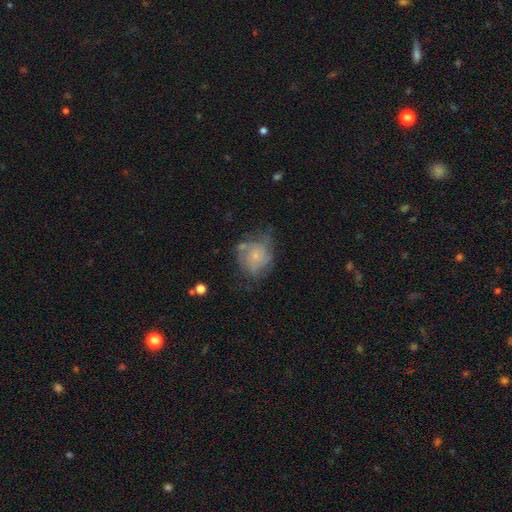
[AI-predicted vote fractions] A featured or disk galaxy (59%) with no bar (83%), spiral arms (75%) and a small central bulge (76%).

Vote fractions:
- Smooth or featured? featured or disk: 59% / smooth: 32% / star or artifact: 9%
- Edge-on disk? no: 98% / yes: 2%
- Bar? no: 83% / weak: 15% / strong: 2%
- Spiral arms? yes: 75% / no: 25%
- Bulge size? small: 76% / moderate: 15% / none: 7% / large: 1% / dominant: 1%
- Merging? none: 47% / minor disturbance: 27% / major disturbance: 20% / merger: 6%